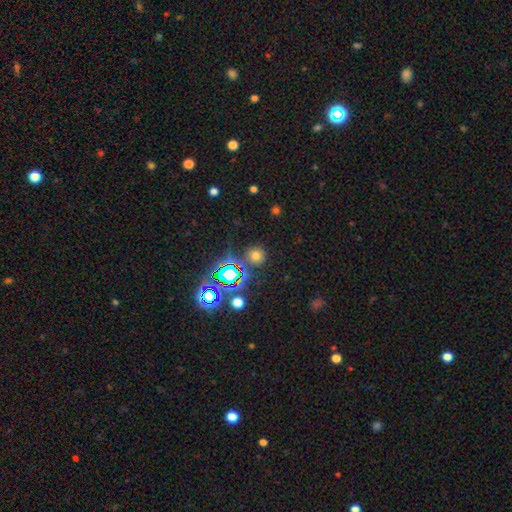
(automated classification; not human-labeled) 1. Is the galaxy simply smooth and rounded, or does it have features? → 63% smooth, 29% star or artifact, 8% featured or disk.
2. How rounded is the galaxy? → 91% round, 8% in between, 1% cigar-shaped.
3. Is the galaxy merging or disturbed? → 82% none, 9% minor disturbance, 5% merger, 4% major disturbance.